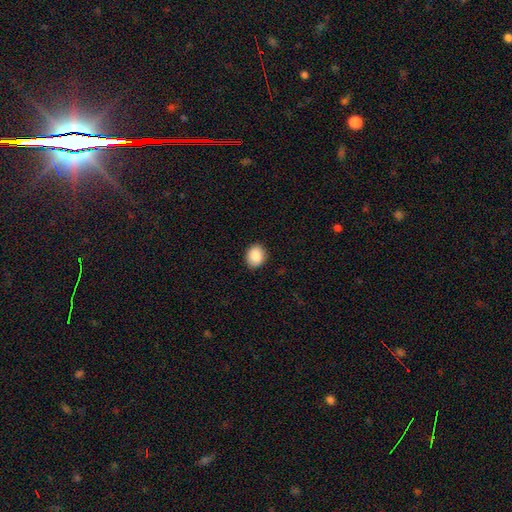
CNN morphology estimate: Overall: smooth (88%). How rounded: round (54%; in between 45%). Merging: none (89%).